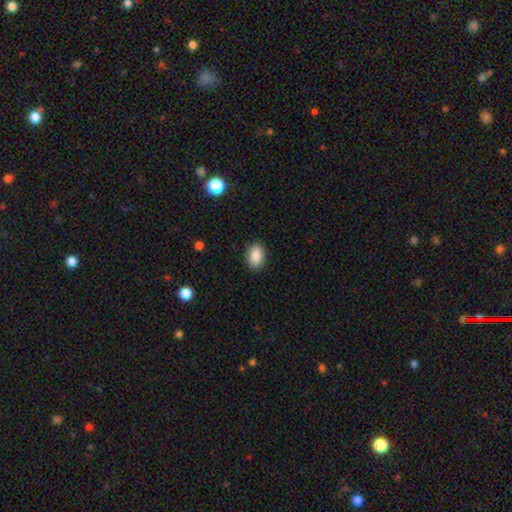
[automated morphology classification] Smooth or featured?
  - smooth: 88% *
  - star or artifact: 8%
  - featured or disk: 5%
How rounded?
  - in between: 86% *
  - round: 12%
  - cigar-shaped: 1%
Merging?
  - none: 89% *
  - minor disturbance: 8%
  - major disturbance: 2%
  - merger: 1%